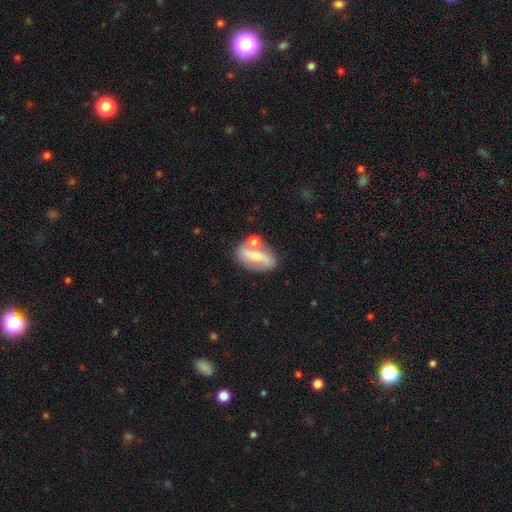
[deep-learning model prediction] Smooth or featured: featured or disk — 66% (smooth — 27%)
Edge-on disk: no — 89% (yes — 11%)
Bar: strong — 44% (no — 29%)
Spiral arms: yes — 68% (no — 32%)
Bulge size: moderate — 48% (small — 44%)
Merging: none — 61% (merger — 19%)